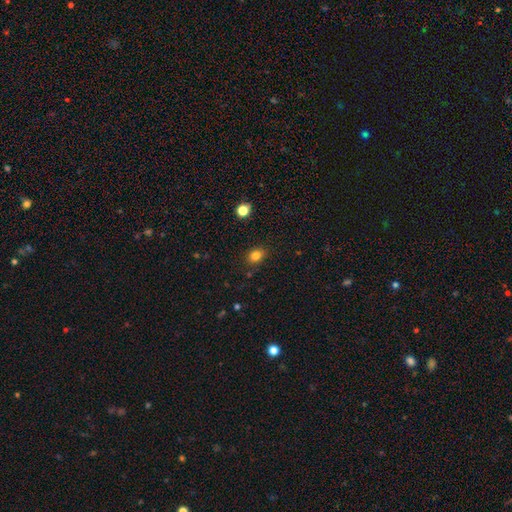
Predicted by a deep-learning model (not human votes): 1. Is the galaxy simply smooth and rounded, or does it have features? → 82% smooth, 12% star or artifact, 5% featured or disk.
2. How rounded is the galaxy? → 56% in between, 43% round, 1% cigar-shaped.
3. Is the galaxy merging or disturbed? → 84% none, 11% minor disturbance, 3% major disturbance, 2% merger.